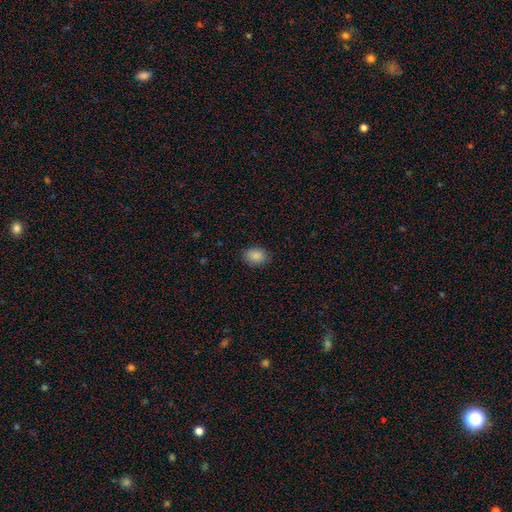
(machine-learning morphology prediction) Smooth or featured: smooth — 88% (star or artifact — 8%)
How rounded: in between — 66% (round — 33%)
Merging: none — 86% (minor disturbance — 11%)